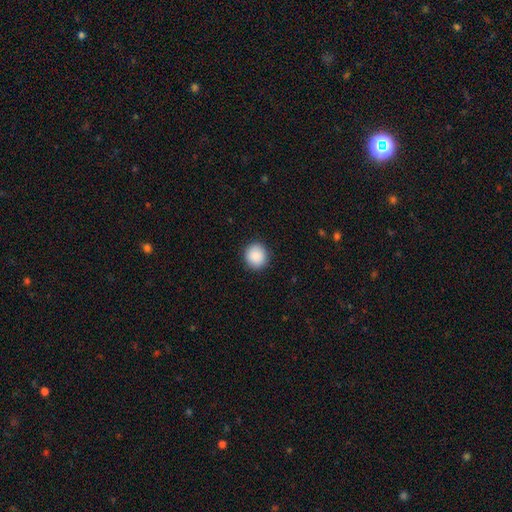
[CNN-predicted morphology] A smooth galaxy with no disk features (89%) that is round (90%).

Vote fractions:
- Smooth or featured? smooth: 89% / star or artifact: 8% / featured or disk: 3%
- How rounded? round: 90% / in between: 9% / cigar-shaped: 1%
- Merging? none: 92% / minor disturbance: 6% / major disturbance: 2% / merger: 1%